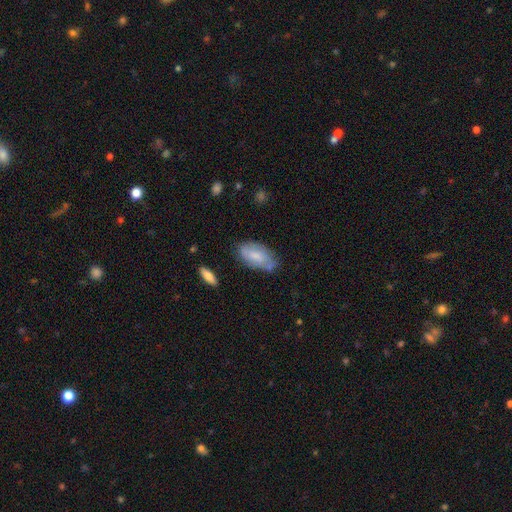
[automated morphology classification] This appears to be a smooth galaxy with no disk features (67%) that is in between round and cigar-shaped (92%). Merging: none (64%).